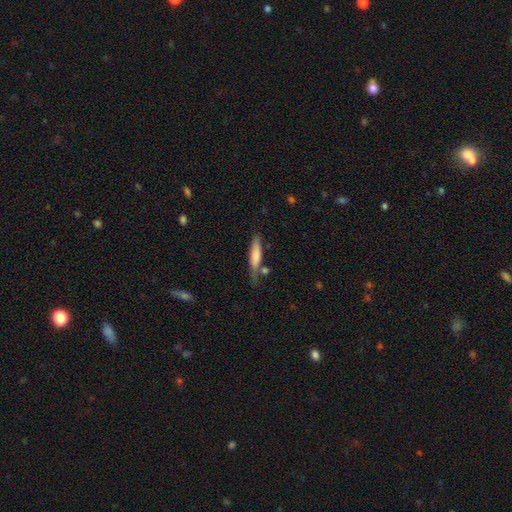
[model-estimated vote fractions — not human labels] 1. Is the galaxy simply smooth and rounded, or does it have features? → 71% smooth, 23% featured or disk, 6% star or artifact.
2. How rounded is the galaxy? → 78% cigar-shaped, 20% in between, 2% round.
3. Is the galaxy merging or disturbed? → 55% none, 24% minor disturbance, 12% merger, 8% major disturbance.